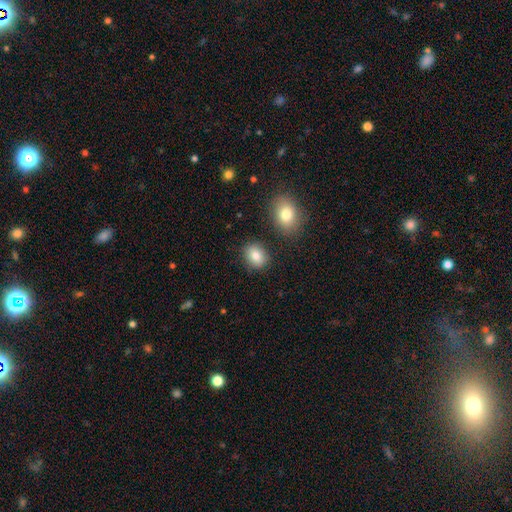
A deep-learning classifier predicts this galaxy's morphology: smooth_or_featured: smooth (p=0.83) [alt: star or artifact p=0.09]
how_rounded: in between (p=0.50) [alt: round p=0.49]
merging: none (p=0.83) [alt: minor disturbance p=0.10]